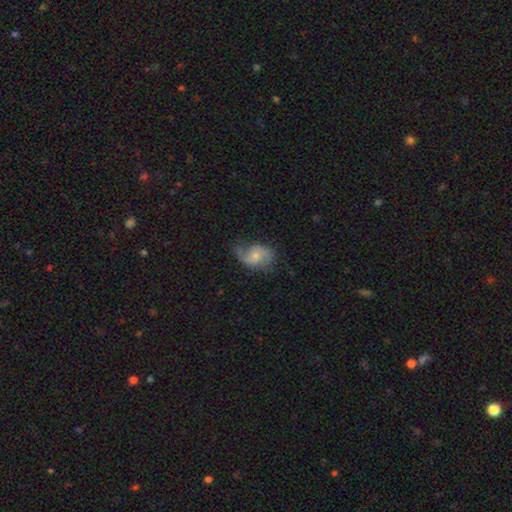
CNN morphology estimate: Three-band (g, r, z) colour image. It shows a featured or disk galaxy (65%) with no bar (58%), 2 (81%) loose (53%) spiral arms (90%) and a small central bulge (50%). Merging: none (56%).